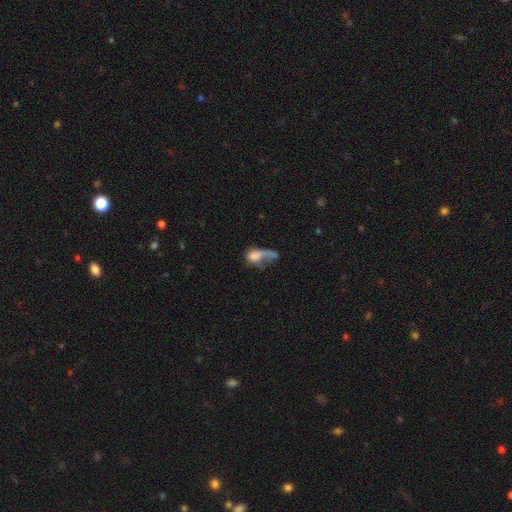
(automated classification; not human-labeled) smooth 58%, featured or disk 31%, star or artifact 11%. Down the decision tree: how rounded — in between (68%); merging — major disturbance (51%).